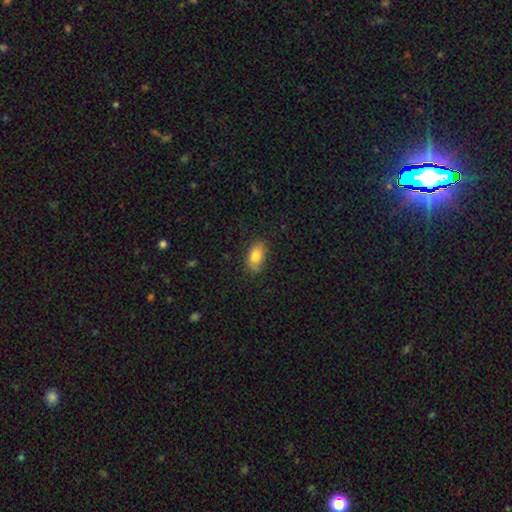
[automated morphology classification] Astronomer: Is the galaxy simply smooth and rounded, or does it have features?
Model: smooth — 82%.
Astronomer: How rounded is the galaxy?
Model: in between — 90%.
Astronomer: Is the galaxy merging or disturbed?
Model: none — 77%.